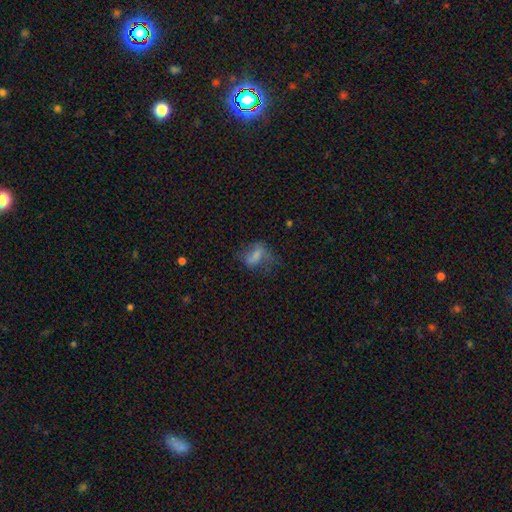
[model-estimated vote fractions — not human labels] The model was most divided on "merging": none: 36%, major disturbance: 34%, minor disturbance: 25%, merger: 5%. More confident: how rounded — in between (77%); smooth or featured — smooth (54%).